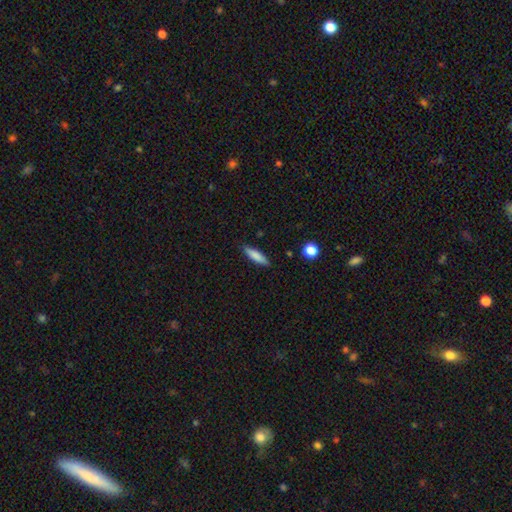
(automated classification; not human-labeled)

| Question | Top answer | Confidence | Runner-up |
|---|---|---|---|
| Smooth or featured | smooth | 80% | featured or disk (13%) |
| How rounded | cigar-shaped | 75% | in between (24%) |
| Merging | none | 86% | minor disturbance (10%) |